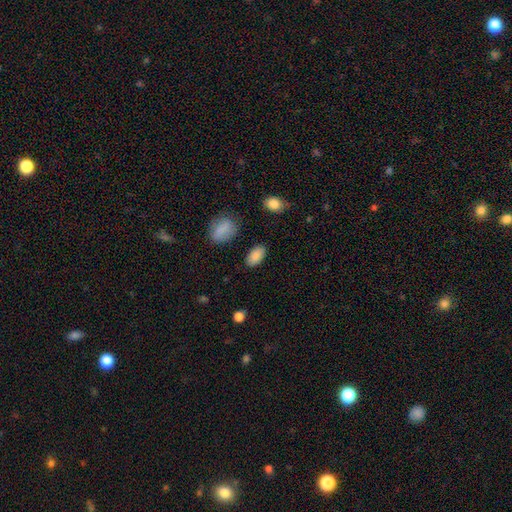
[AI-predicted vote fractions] Q: Smooth or featured?
A: smooth (87%); runner-up: star or artifact (7%)
Q: How rounded?
A: in between (94%); runner-up: round (4%)
Q: Merging?
A: none (87%); runner-up: minor disturbance (8%)